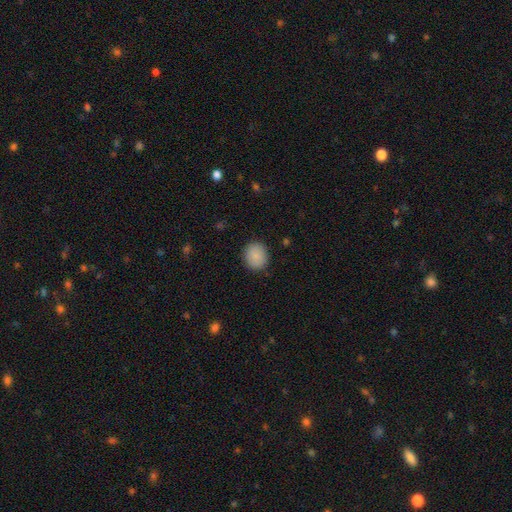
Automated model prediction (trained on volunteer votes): The model was most divided on "how rounded": round: 70%, in between: 29%, cigar-shaped: 1%. More confident: merging — none (88%); smooth or featured — smooth (86%).